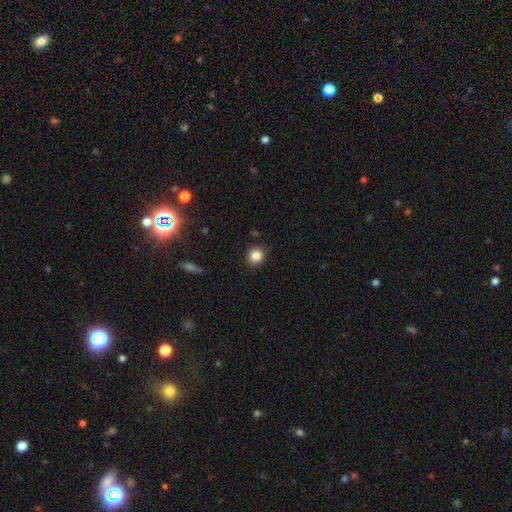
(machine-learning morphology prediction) This is clearly a smooth galaxy (84%). How rounded: clearly round (81%). Merging: clearly none (89%).